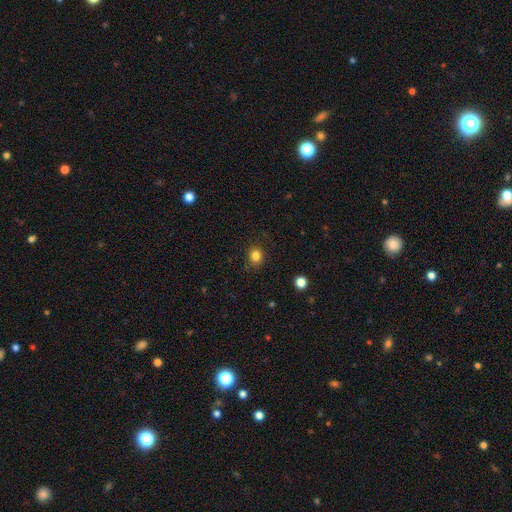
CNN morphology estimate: The model was most divided on "how rounded": round: 71%, in between: 28%, cigar-shaped: 1%. More confident: merging — none (86%); smooth or featured — smooth (83%).